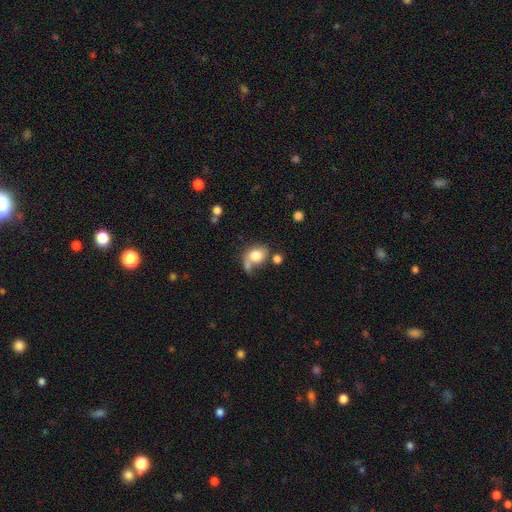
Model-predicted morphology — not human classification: A smooth galaxy with no disk features (76%) that is in between round and cigar-shaped (50%). Merging: none (38%).